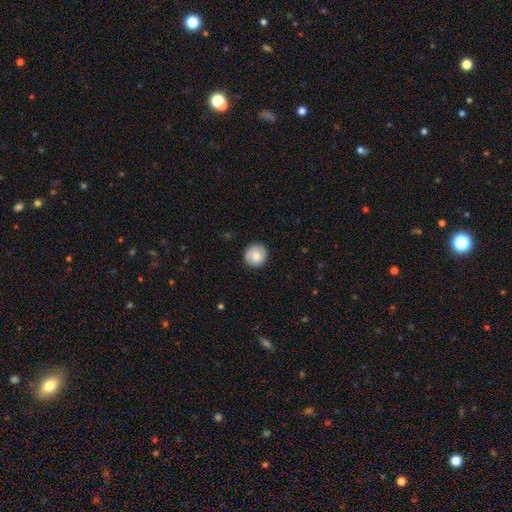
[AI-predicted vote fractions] smooth 78%, featured or disk 15%, star or artifact 7%. Down the decision tree: how rounded — round (93%); merging — none (88%).